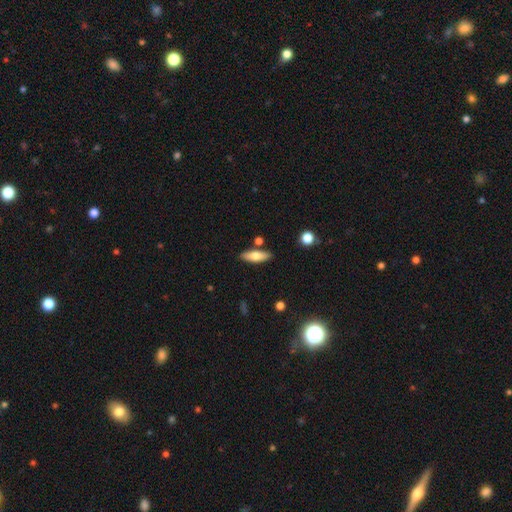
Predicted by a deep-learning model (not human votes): Smooth or featured: smooth — 71% (featured or disk — 22%)
How rounded: in between — 60% (cigar-shaped — 38%)
Merging: none — 82% (minor disturbance — 10%)